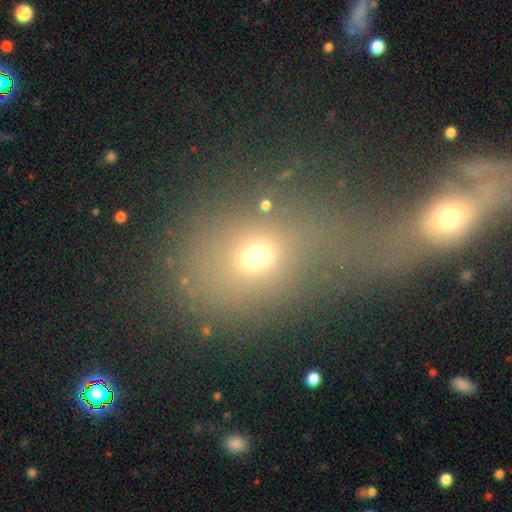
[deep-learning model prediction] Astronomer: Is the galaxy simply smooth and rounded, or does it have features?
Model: smooth — 65%.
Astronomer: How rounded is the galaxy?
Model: in between — 50% (runner-up: round, 47%).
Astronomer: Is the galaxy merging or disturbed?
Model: none — 56%.